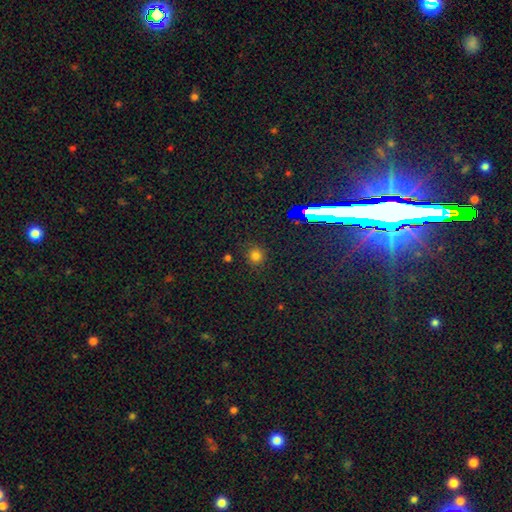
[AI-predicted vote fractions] Smooth or featured? Predicted: smooth (p=0.73). How rounded? Predicted: round (p=0.90). Merging? Predicted: none (p=0.86).